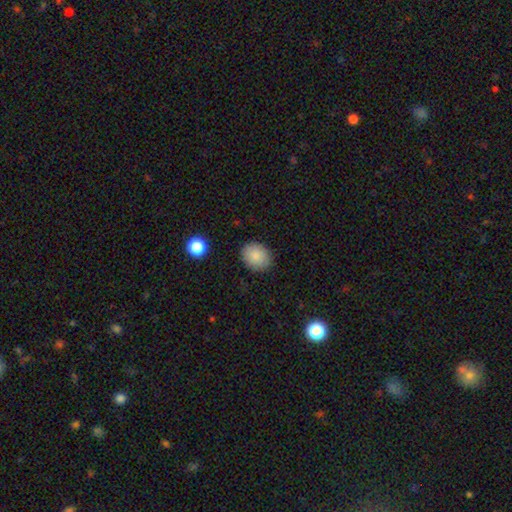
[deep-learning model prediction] Smooth or featured? smooth (86%)
How rounded? round (53%)
Merging? none (88%)